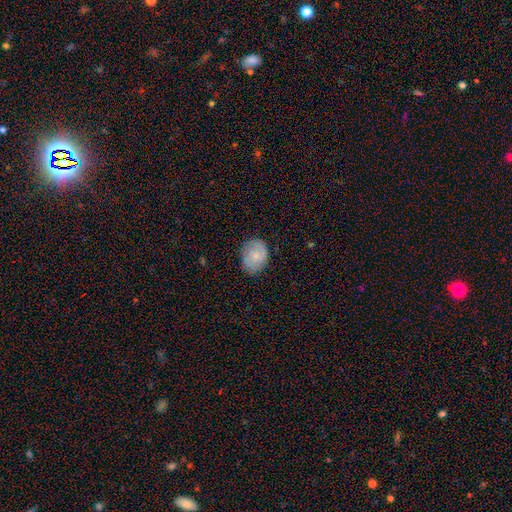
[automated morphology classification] The model was most divided on "how rounded": in between: 61%, round: 39%, cigar-shaped: 1%. More confident: merging — none (76%); smooth or featured — smooth (66%).